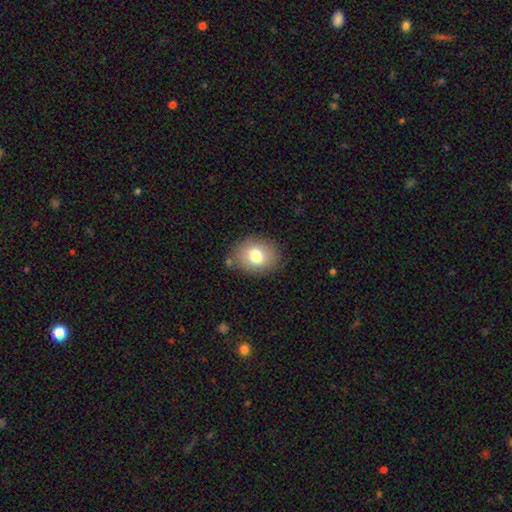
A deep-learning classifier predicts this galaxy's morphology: smooth_or_featured: smooth (p=0.77) [alt: featured or disk p=0.13]
how_rounded: round (p=0.53) [alt: in between p=0.47]
merging: none (p=0.80) [alt: minor disturbance p=0.13]